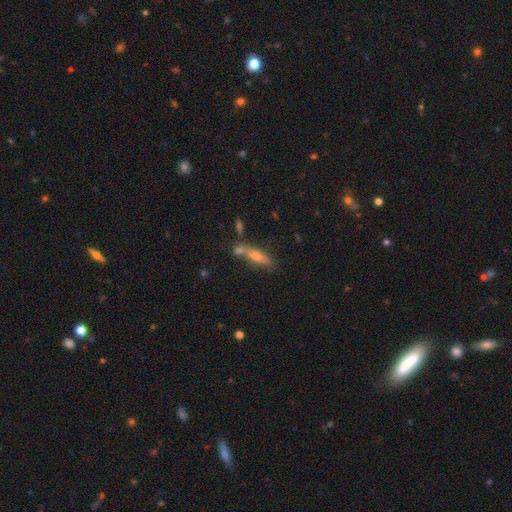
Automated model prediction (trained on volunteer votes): The model was most divided on "smooth or featured": smooth: 51%, featured or disk: 38%, star or artifact: 11%. More confident: how rounded — cigar-shaped (73%); merging — none (55%).